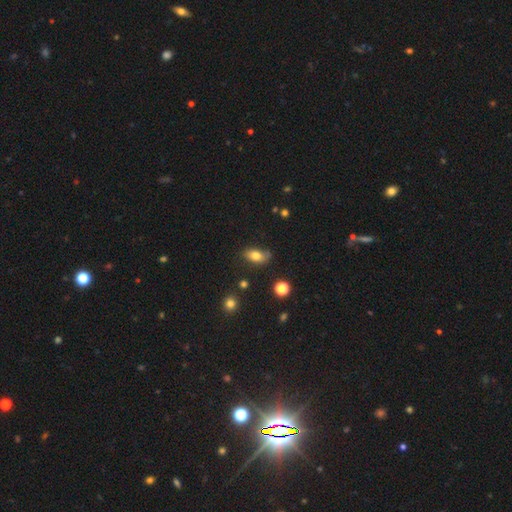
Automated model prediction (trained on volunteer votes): This appears to be a smooth galaxy with no disk features (78%) that is in between round and cigar-shaped (86%). Merging: none (70%).